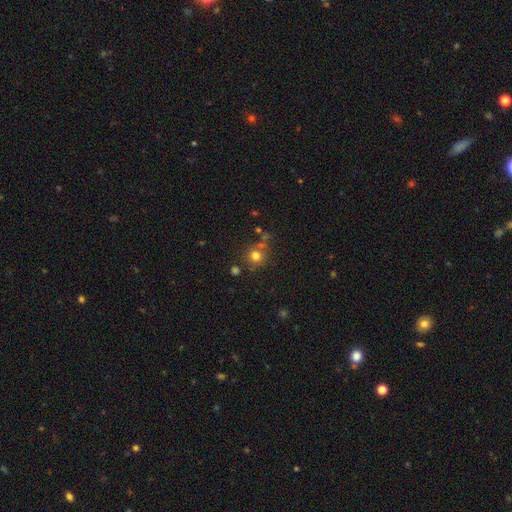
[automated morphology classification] Smooth or featured?
  - smooth: 75% *
  - star or artifact: 16%
  - featured or disk: 9%
How rounded?
  - round: 89% *
  - in between: 10%
  - cigar-shaped: 1%
Merging?
  - none: 71% *
  - minor disturbance: 12%
  - merger: 12%
  - major disturbance: 5%